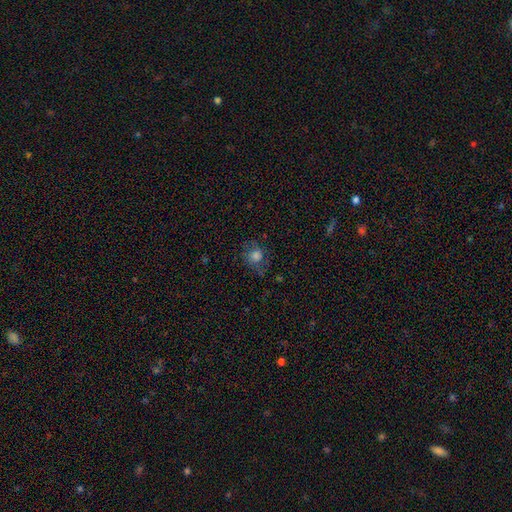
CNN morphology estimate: Smooth or featured? smooth (72%)
How rounded? round (81%)
Merging? none (64%)